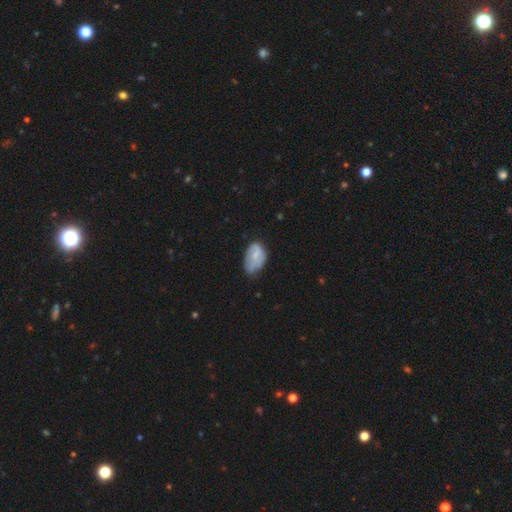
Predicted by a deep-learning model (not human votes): Smooth or featured: smooth — 63% (featured or disk — 30%)
How rounded: in between — 90% (round — 9%)
Merging: minor disturbance — 46% (none — 34%)